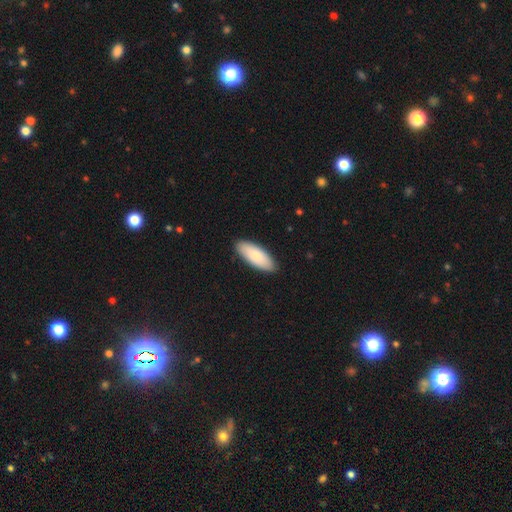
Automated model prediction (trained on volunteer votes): smooth 88%, featured or disk 7%, star or artifact 5%. Down the decision tree: how rounded — in between (76%); merging — none (88%).